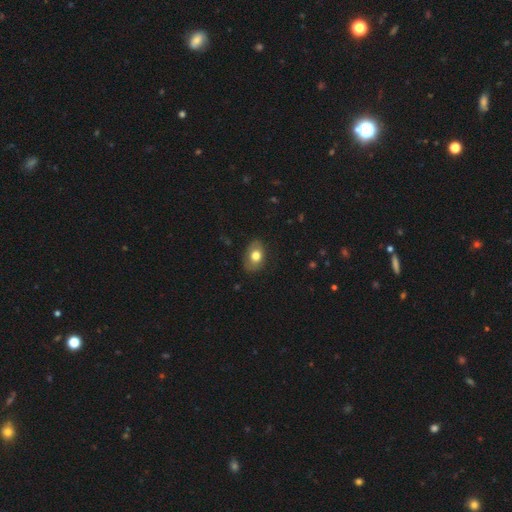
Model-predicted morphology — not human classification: Smooth or featured? smooth (72%)
How rounded? in between (82%)
Merging? none (79%)